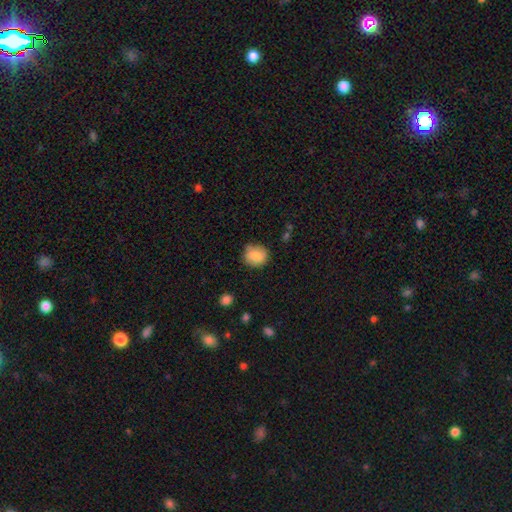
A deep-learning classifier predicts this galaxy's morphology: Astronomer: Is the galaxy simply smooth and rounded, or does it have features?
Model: smooth — 85%.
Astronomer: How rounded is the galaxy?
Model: round — 76%.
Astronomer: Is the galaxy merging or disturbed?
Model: none — 76%.